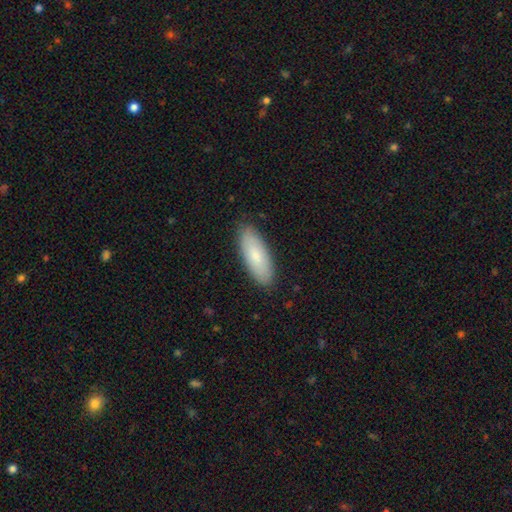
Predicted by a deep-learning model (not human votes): Smooth or featured? Predicted: smooth (p=0.81). How rounded? Predicted: in between (p=0.75). Merging? Predicted: none (p=0.87).